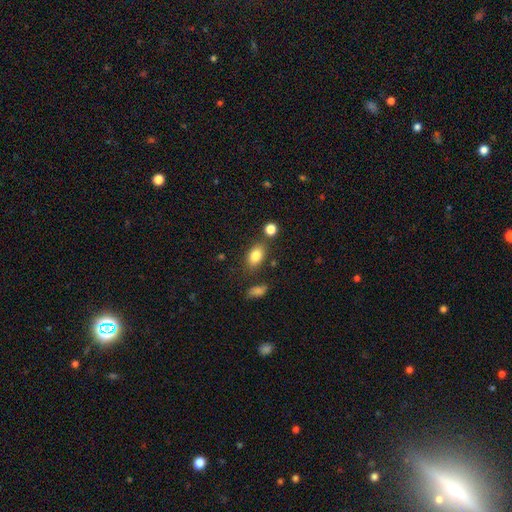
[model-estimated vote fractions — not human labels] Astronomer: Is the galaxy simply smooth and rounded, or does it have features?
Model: smooth — 83%.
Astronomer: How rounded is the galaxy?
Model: in between — 84%.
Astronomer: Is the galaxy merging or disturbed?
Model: none — 74%.